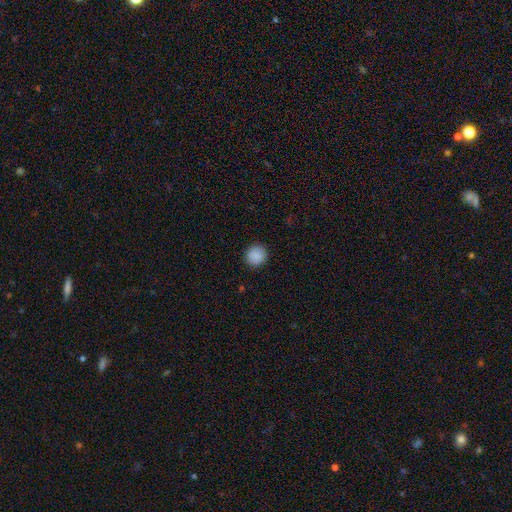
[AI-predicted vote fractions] smooth 89%, star or artifact 8%, featured or disk 3%. Down the decision tree: how rounded — round (92%); merging — none (91%).